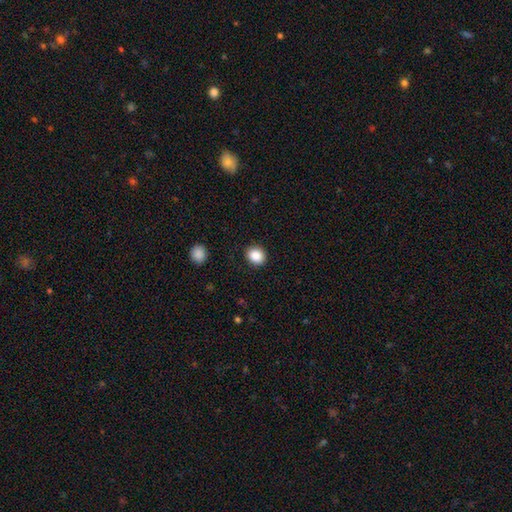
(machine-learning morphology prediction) A smooth galaxy with no disk features (88%) that is round (70%). Merging: none (89%).